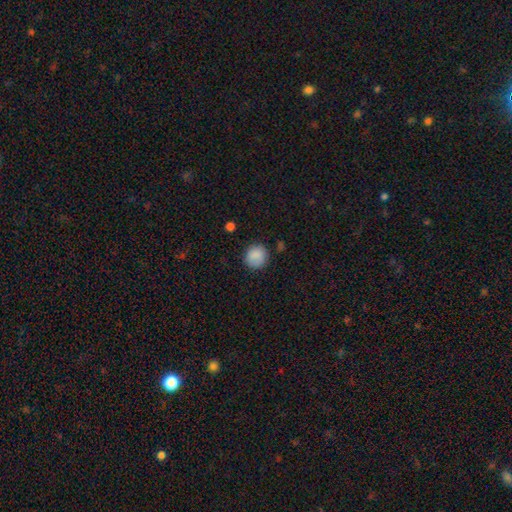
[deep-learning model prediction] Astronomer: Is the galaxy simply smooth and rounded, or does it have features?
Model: smooth — 87%.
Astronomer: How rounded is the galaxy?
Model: round — 88%.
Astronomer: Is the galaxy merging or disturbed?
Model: none — 83%.